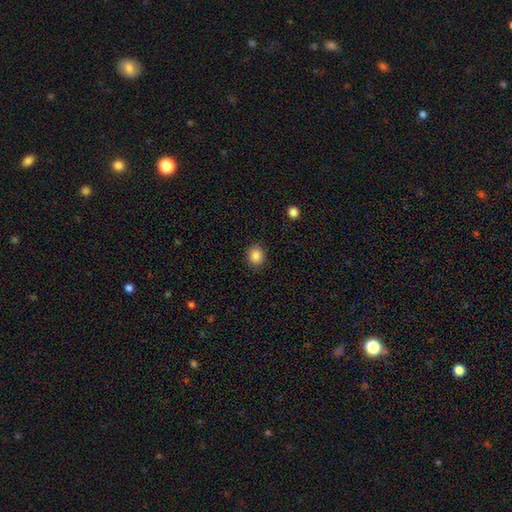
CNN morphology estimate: This is clearly a smooth galaxy (87%). How rounded: likely round (73%). Merging: clearly none (89%).